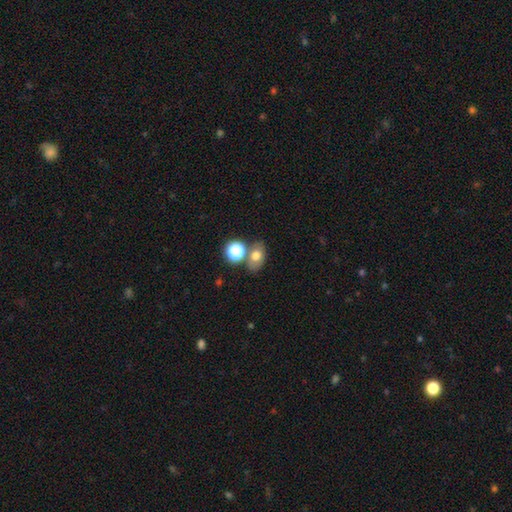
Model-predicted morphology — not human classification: Smooth or featured? Predicted: smooth (p=0.70). How rounded? Predicted: in between (p=0.69). Merging? Predicted: none (p=0.64).